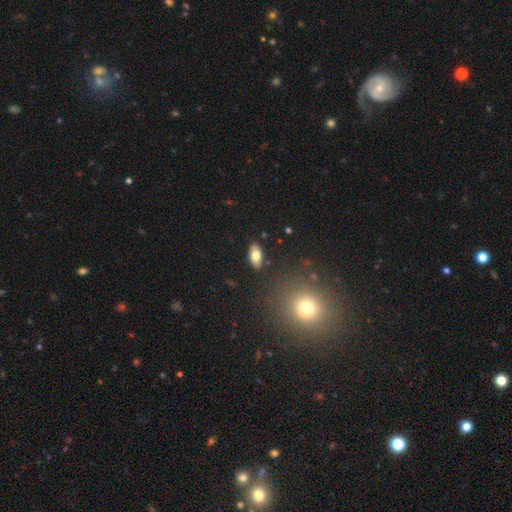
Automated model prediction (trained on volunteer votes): Smooth or featured? smooth (75%)
How rounded? in between (90%)
Merging? none (87%)